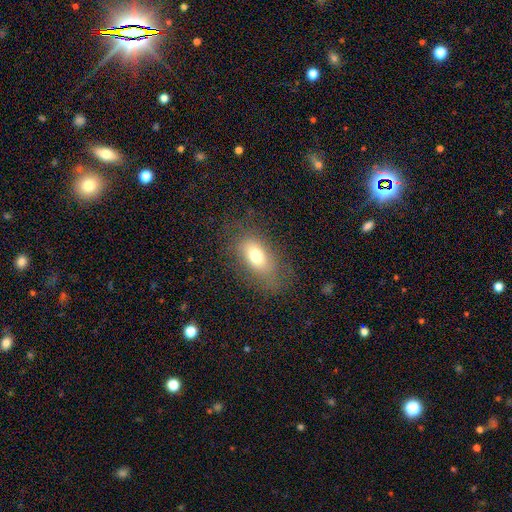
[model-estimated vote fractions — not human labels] smooth_or_featured: smooth (p=0.70) [alt: featured or disk p=0.18]
how_rounded: in between (p=0.85) [alt: round p=0.11]
merging: none (p=0.70) [alt: minor disturbance p=0.18]